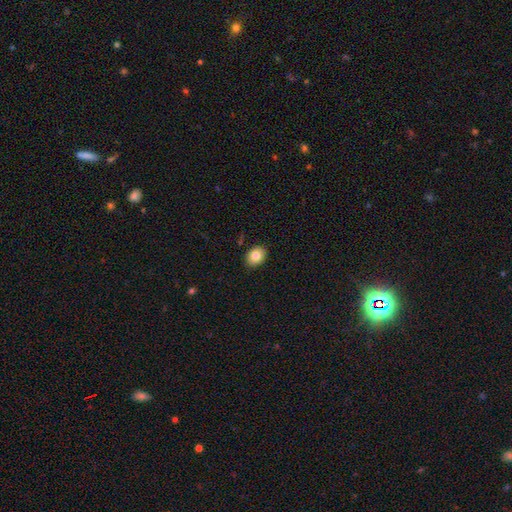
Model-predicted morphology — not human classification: Q: Smooth or featured?
A: smooth (82%); runner-up: featured or disk (10%)
Q: How rounded?
A: in between (59%); runner-up: round (40%)
Q: Merging?
A: none (89%); runner-up: minor disturbance (8%)